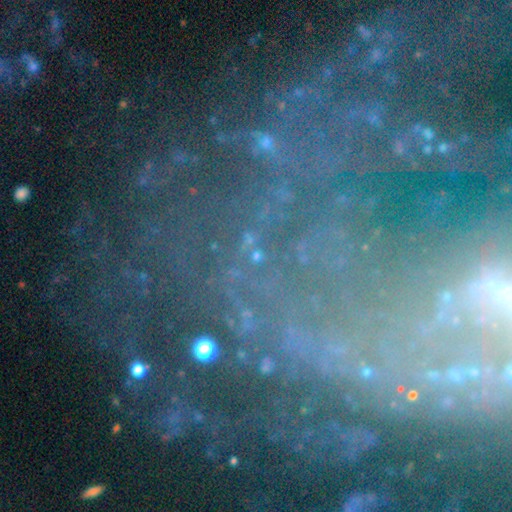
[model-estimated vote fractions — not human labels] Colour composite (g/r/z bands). It shows a star or artifact, not a galaxy (65%).